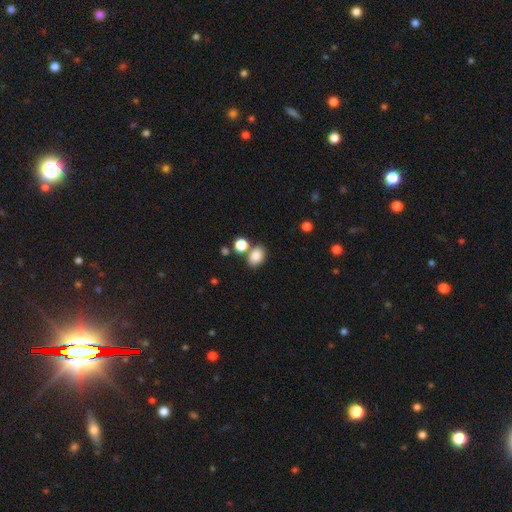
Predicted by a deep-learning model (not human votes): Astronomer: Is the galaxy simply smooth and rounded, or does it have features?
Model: smooth — 84%.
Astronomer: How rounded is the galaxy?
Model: in between — 69%.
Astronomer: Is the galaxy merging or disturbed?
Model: none — 65%.